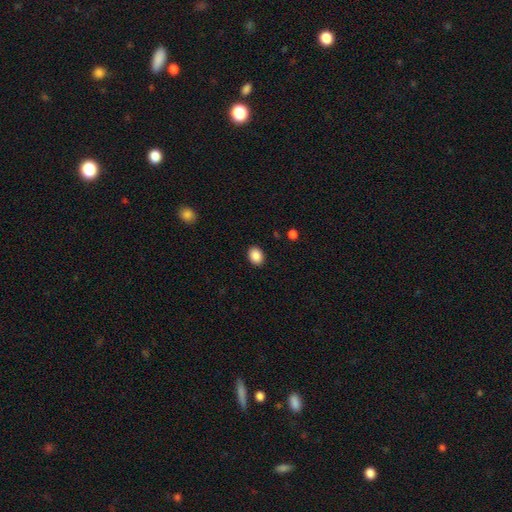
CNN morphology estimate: Smooth or featured: smooth — 88% (star or artifact — 8%)
How rounded: in between — 63% (round — 36%)
Merging: none — 90% (minor disturbance — 7%)